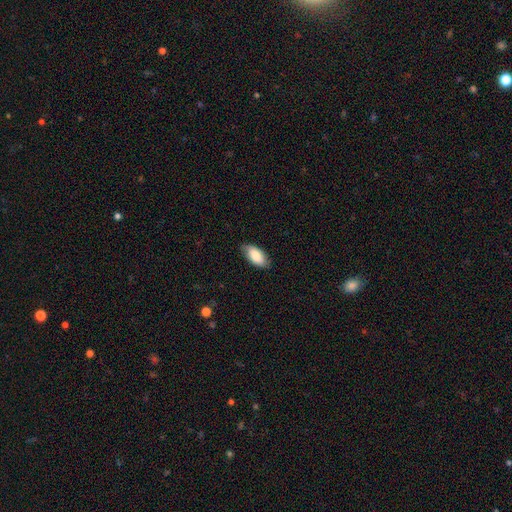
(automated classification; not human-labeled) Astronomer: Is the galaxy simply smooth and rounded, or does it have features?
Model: smooth — 83%.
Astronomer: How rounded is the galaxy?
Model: in between — 93%.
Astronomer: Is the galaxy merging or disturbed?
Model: none — 81%.